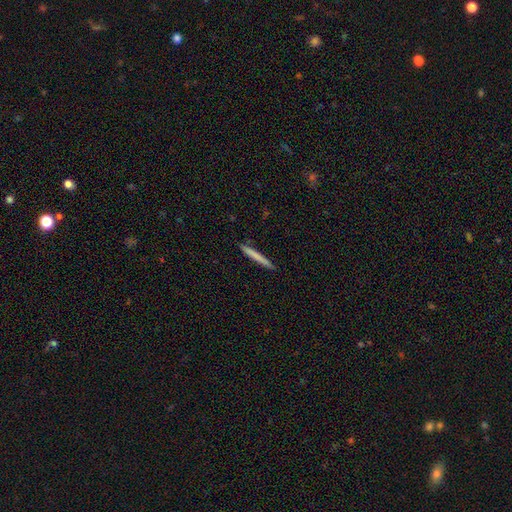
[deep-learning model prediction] Morphology: type=smooth (72%); roundness=cigar-shaped (97%); merging=none (92%).